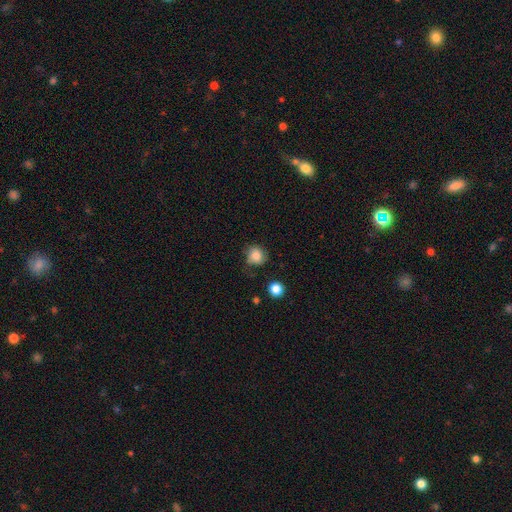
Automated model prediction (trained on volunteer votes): The model was most divided on "merging": none: 66%, minor disturbance: 24%, major disturbance: 7%, merger: 3%. More confident: how rounded — round (82%); smooth or featured — smooth (82%).